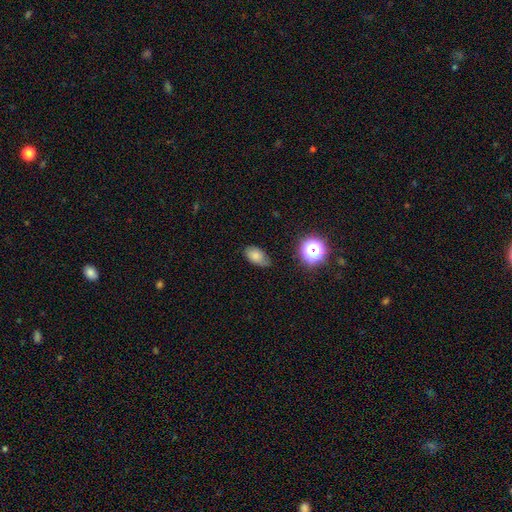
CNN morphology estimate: Smooth or featured? Predicted: smooth (p=0.76). How rounded? Predicted: in between (p=0.88). Merging? Predicted: none (p=0.64).